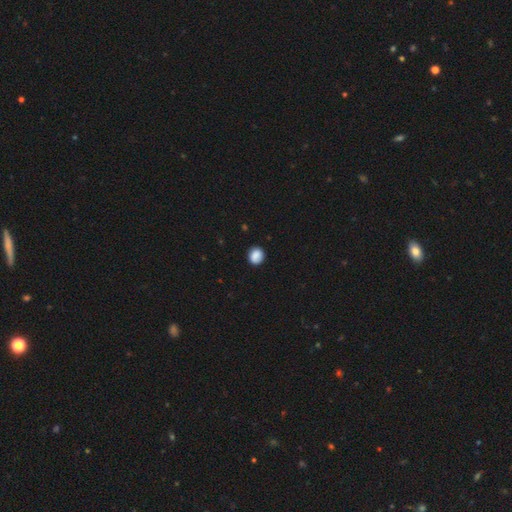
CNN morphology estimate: This appears to be a smooth galaxy with no disk features (86%) that is round (74%). Merging: none (85%).